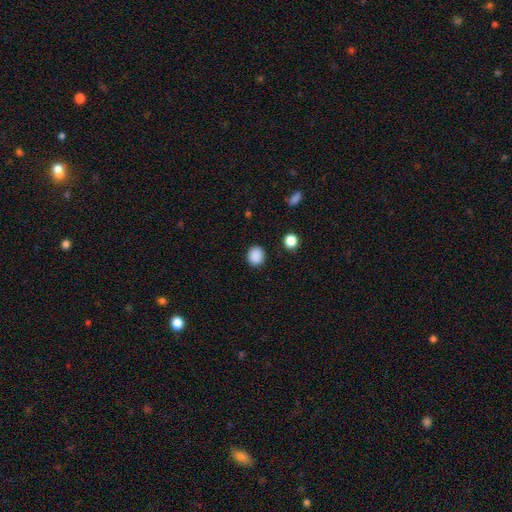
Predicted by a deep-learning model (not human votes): Smooth or featured: smooth — 88% (star or artifact — 10%)
How rounded: round — 78% (in between — 21%)
Merging: none — 89% (minor disturbance — 7%)